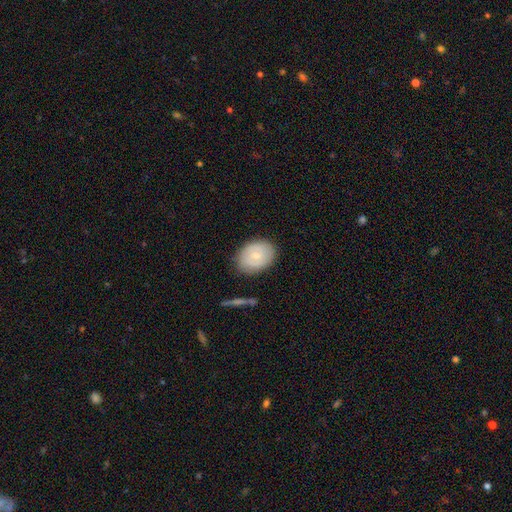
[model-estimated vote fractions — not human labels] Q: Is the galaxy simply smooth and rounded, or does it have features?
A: smooth — 58%.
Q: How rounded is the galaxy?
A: in between — 65%.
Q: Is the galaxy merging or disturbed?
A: none — 82%.